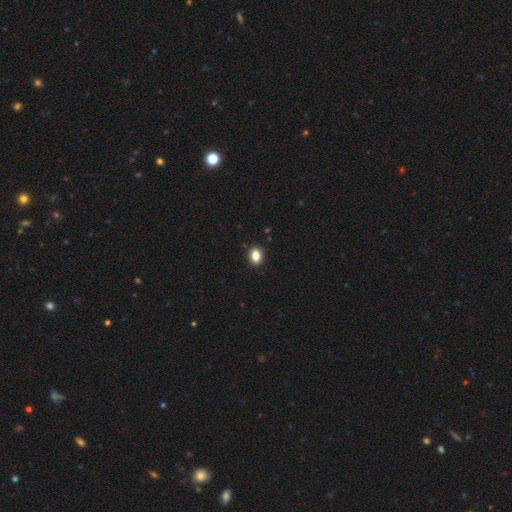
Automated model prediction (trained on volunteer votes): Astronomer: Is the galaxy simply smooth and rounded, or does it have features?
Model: smooth — 84%.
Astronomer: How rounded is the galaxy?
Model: in between — 70%.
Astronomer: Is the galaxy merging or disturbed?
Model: none — 89%.